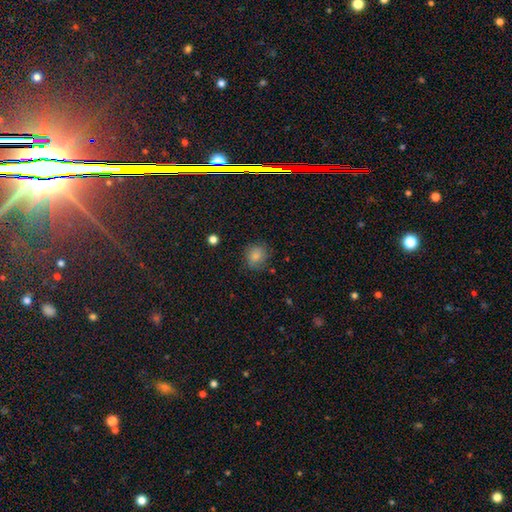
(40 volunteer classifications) Smooth or featured?
  - smooth: 88% *
  - featured or disk: 10%
  - star or artifact: 2%
How rounded?
  - round: 89% *
  - in between: 11%
  - cigar-shaped: 0%
Merging?
  - none: 74% *
  - minor disturbance: 18%
  - major disturbance: 8%
  - merger: 0%